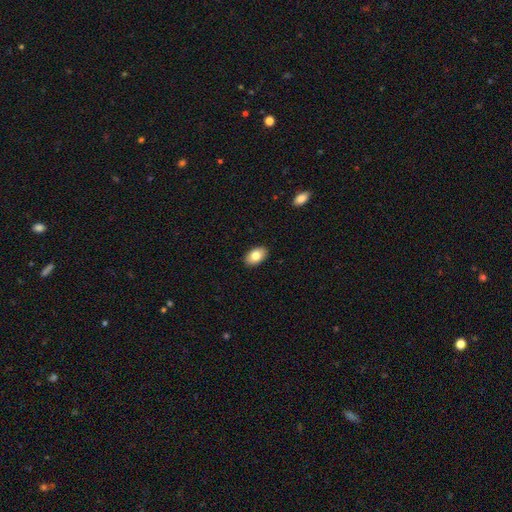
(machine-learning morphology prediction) smooth_or_featured: smooth (p=0.81) [alt: featured or disk p=0.12]
how_rounded: in between (p=0.92) [alt: round p=0.07]
merging: none (p=0.90) [alt: minor disturbance p=0.07]